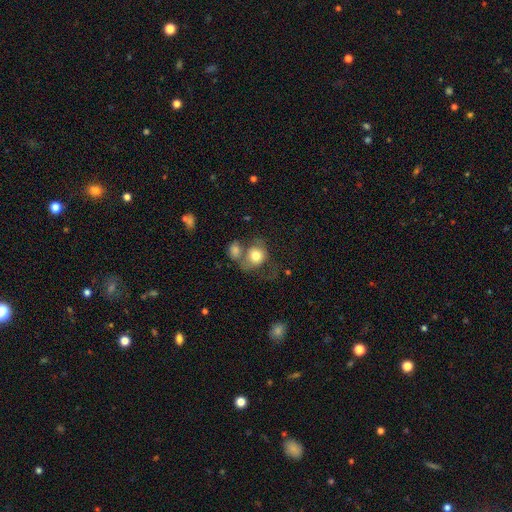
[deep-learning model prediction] Q: Smooth or featured?
A: smooth (73%); runner-up: featured or disk (19%)
Q: How rounded?
A: round (70%); runner-up: in between (29%)
Q: Merging?
A: merger (40%); runner-up: none (29%)